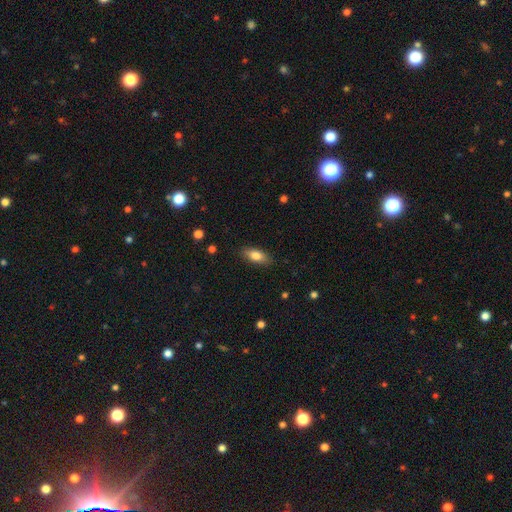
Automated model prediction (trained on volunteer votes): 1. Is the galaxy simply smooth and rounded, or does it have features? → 81% smooth, 12% featured or disk, 7% star or artifact.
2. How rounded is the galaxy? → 82% in between, 14% cigar-shaped, 3% round.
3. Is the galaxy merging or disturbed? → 87% none, 10% minor disturbance, 2% major disturbance, 1% merger.